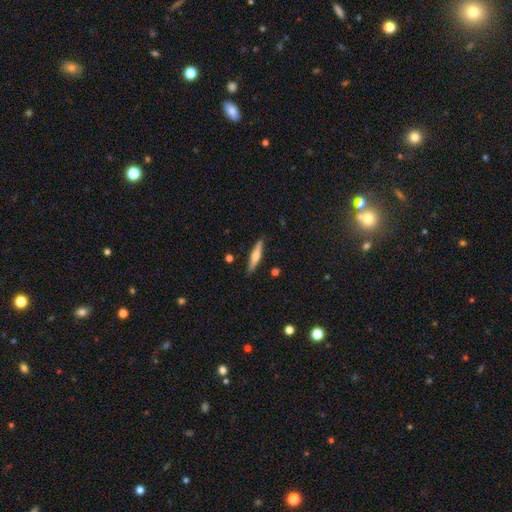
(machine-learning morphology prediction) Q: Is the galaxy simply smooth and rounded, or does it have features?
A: featured or disk — 53%.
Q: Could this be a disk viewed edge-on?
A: yes — 96%.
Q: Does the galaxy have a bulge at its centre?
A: rounded — 86%.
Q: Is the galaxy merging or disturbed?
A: none — 88%.